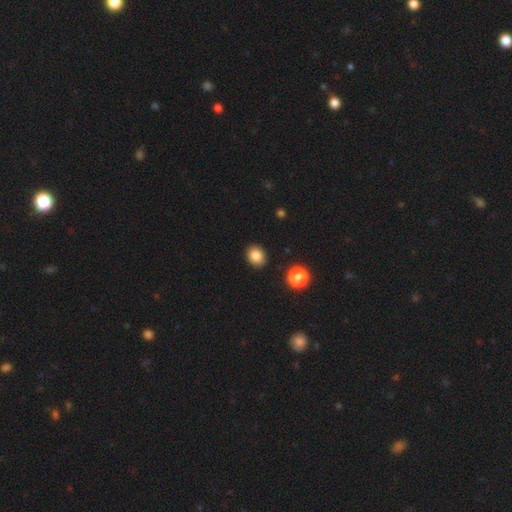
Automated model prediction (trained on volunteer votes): smooth 84%, star or artifact 10%, featured or disk 6%. Down the decision tree: how rounded — round (56%); merging — none (89%).